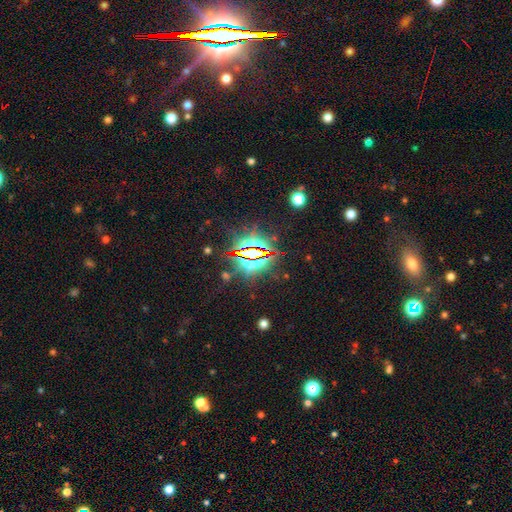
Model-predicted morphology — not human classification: smooth-or-featured: star or artifact: 84% | featured or disk: 8% | smooth: 7%